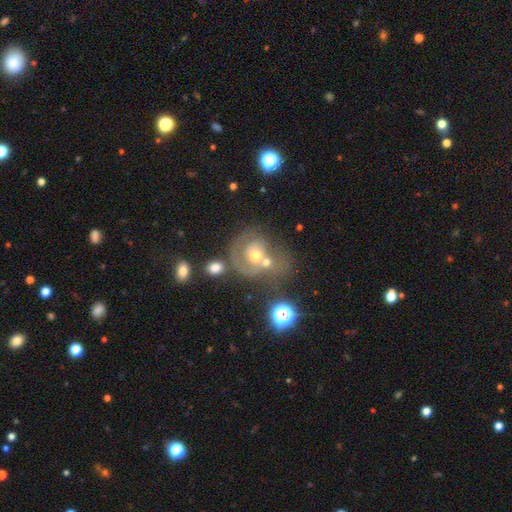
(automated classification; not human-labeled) This appears to be a featured or disk galaxy (67%) with no bar (79%), spiral arms (75%) and a moderate central bulge (59%). Merging: merger (41%).